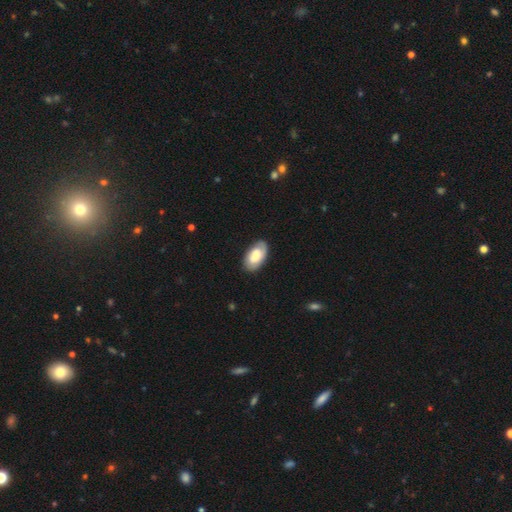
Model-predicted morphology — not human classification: This is likely a smooth galaxy (63%). How rounded: clearly in between (95%). Merging: likely none (79%).